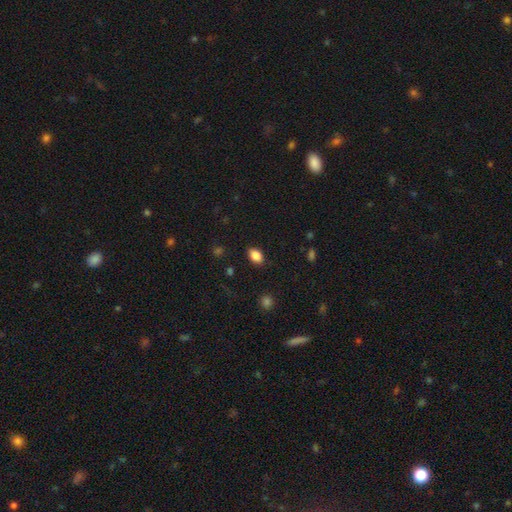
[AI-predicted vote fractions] Overall: smooth (85%). How rounded: in between (85%). Merging: none (87%).